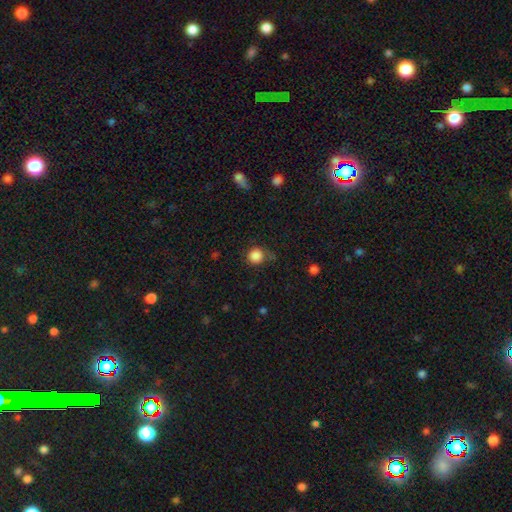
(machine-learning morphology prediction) smooth_or_featured: smooth (p=0.86) [alt: star or artifact p=0.10]
how_rounded: round (p=0.90) [alt: in between p=0.09]
merging: none (p=0.69) [alt: minor disturbance p=0.21]